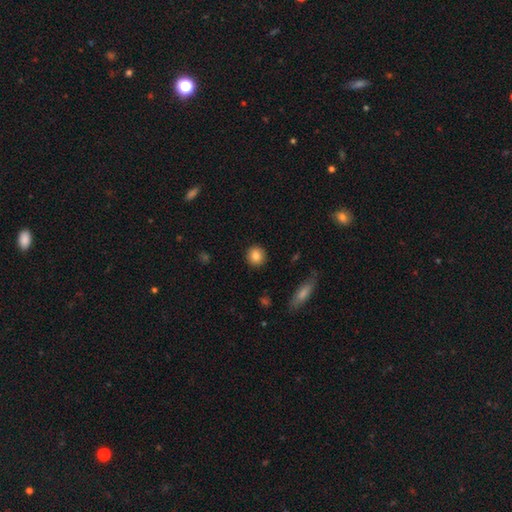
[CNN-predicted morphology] Overall: smooth (85%). How rounded: round (91%). Merging: none (91%).